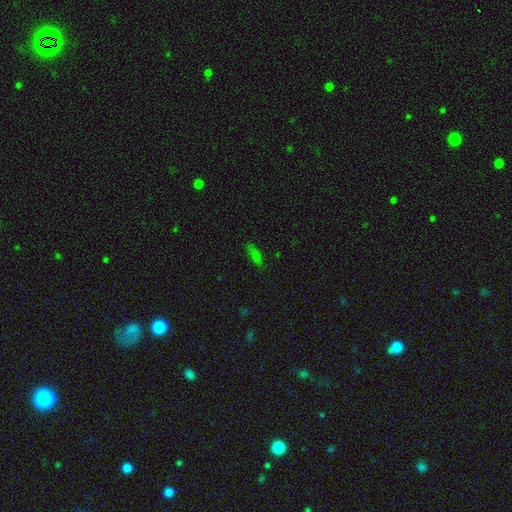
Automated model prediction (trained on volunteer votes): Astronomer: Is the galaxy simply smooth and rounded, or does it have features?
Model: smooth — 68%.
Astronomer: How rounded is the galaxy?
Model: in between — 63%.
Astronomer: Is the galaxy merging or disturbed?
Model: none — 80%.